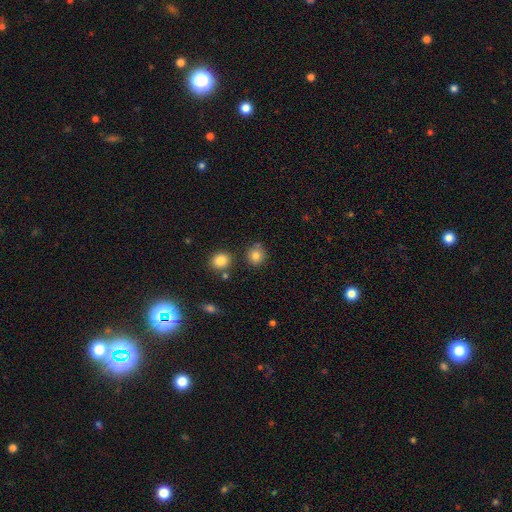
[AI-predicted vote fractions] smooth 83%, star or artifact 11%, featured or disk 6%. Down the decision tree: how rounded — round (87%); merging — none (79%).